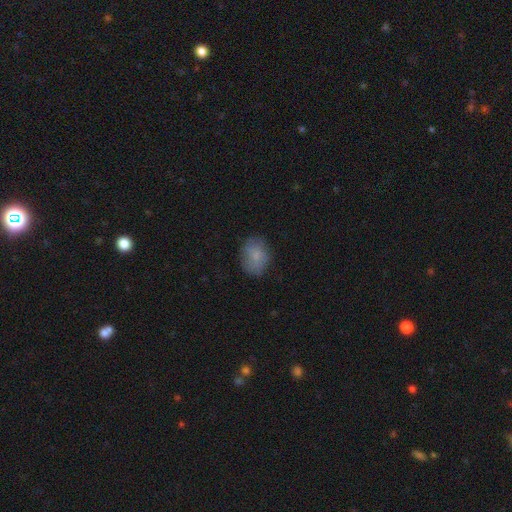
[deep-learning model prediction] smooth_or_featured: smooth (p=0.78) [alt: featured or disk p=0.13]
how_rounded: in between (p=0.58) [alt: round p=0.41]
merging: none (p=0.75) [alt: minor disturbance p=0.18]